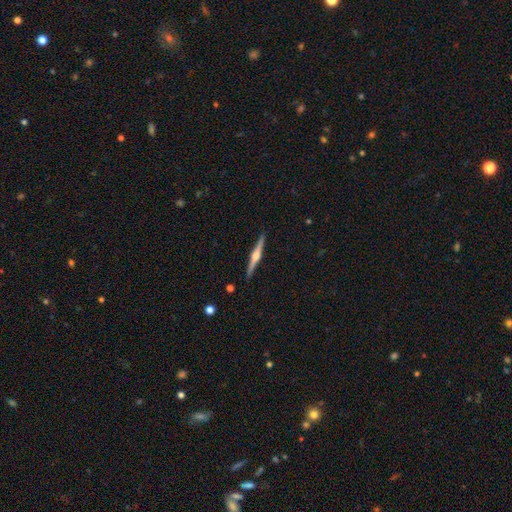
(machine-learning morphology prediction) A featured or disk galaxy (81%) viewed edge-on (99%) with a rounded central bulge (93%).

Vote fractions:
- Smooth or featured? featured or disk: 81% / smooth: 14% / star or artifact: 5%
- Edge-on disk? yes: 99% / no: 1%
- Edge-on bulge? rounded: 93% / boxy: 4% / none: 3%
- Merging? none: 92% / minor disturbance: 6% / major disturbance: 1% / merger: 1%